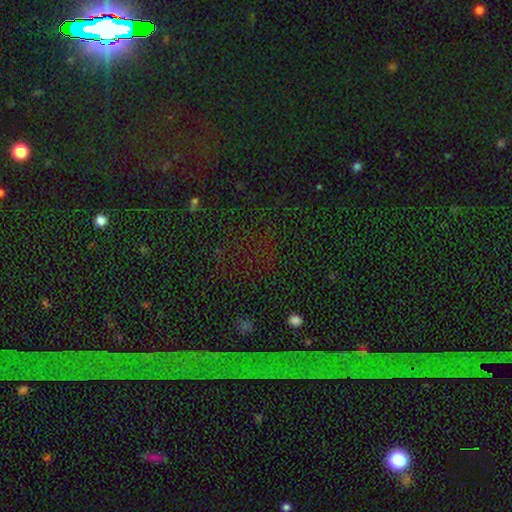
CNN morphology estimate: This is clearly a star or artifact rather than a galaxy (85%).